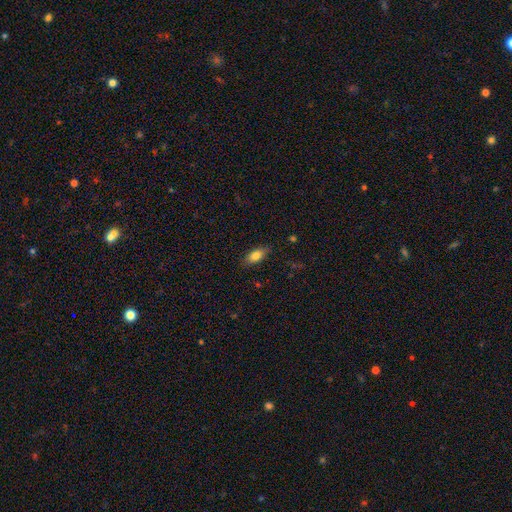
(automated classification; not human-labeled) This appears to be a smooth galaxy with no disk features (80%) that is in between round and cigar-shaped (83%). Merging: none (85%).